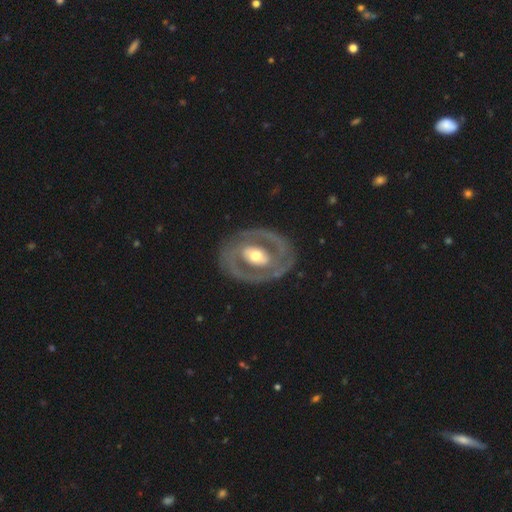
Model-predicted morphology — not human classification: Q: Smooth or featured?
A: featured or disk (78%); runner-up: smooth (18%)
Q: Edge-on disk?
A: no (95%); runner-up: yes (5%)
Q: Bar?
A: no (40%); runner-up: strong (30%)
Q: Spiral arms?
A: yes (53%); runner-up: no (47%)
Q: Bulge size?
A: moderate (67%); runner-up: large (17%)
Q: Merging?
A: none (79%); runner-up: minor disturbance (13%)